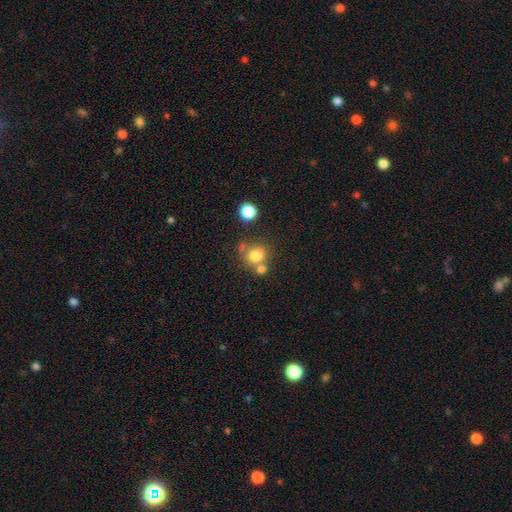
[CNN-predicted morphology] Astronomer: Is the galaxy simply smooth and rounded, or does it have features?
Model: smooth — 76%.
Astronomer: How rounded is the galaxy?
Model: round — 74%.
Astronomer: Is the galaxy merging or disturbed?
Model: none — 50% (runner-up: merger, 33%).